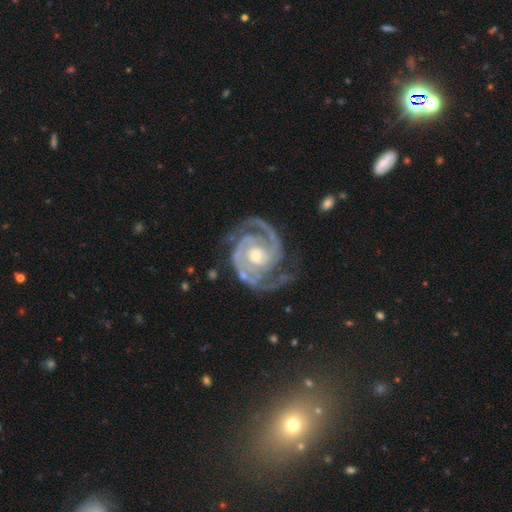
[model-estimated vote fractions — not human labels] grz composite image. It shows a featured or disk galaxy (94%) with no bar (65%), 2 (83%) tight (63%) spiral arms (99%) and a moderate central bulge (59%). Merging: none (73%).